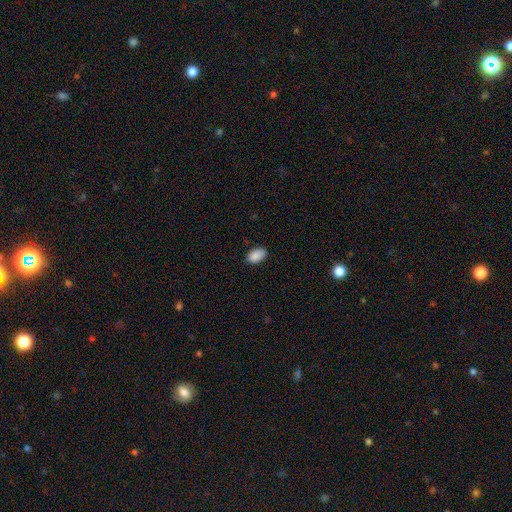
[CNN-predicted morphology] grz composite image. It shows a smooth galaxy with no disk features (89%) that is in between round and cigar-shaped (92%). Merging: none (83%).